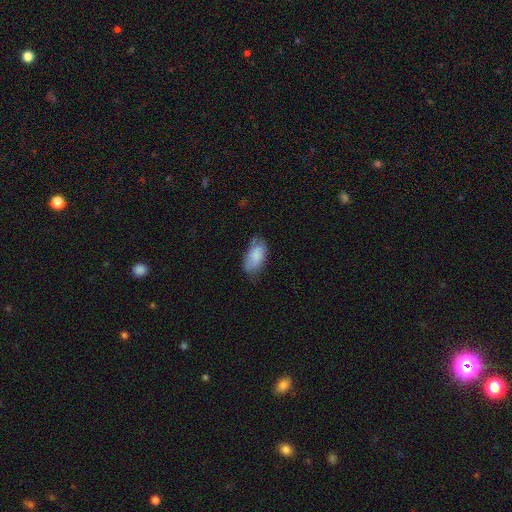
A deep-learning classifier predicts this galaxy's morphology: This is clearly a smooth galaxy (81%). How rounded: clearly in between (93%). Merging: possibly none (58%).